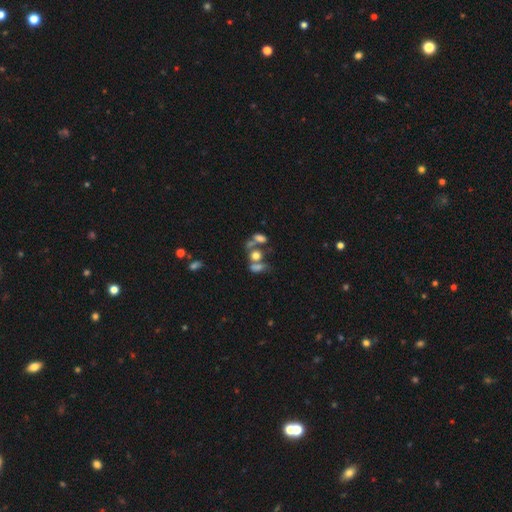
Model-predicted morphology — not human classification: smooth_or_featured: smooth (p=0.57) [alt: featured or disk p=0.23]
how_rounded: in between (p=0.56) [alt: round p=0.40]
merging: merger (p=0.47) [alt: none p=0.28]